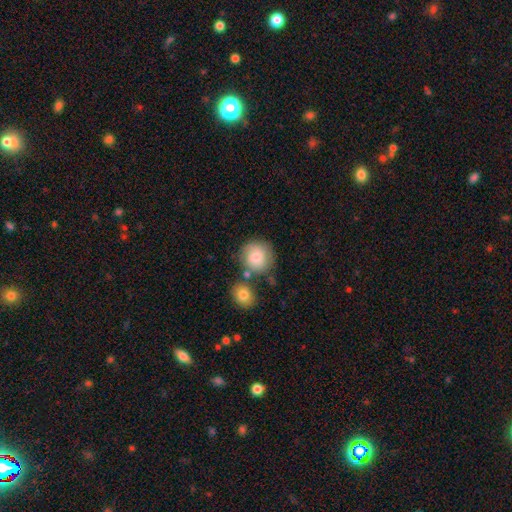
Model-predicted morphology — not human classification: Smooth or featured? smooth (79%)
How rounded? round (89%)
Merging? none (65%)